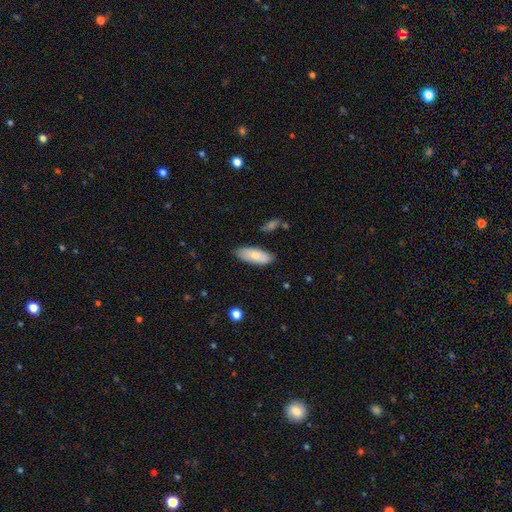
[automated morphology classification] Smooth or featured? smooth (80%)
How rounded? in between (76%)
Merging? none (82%)